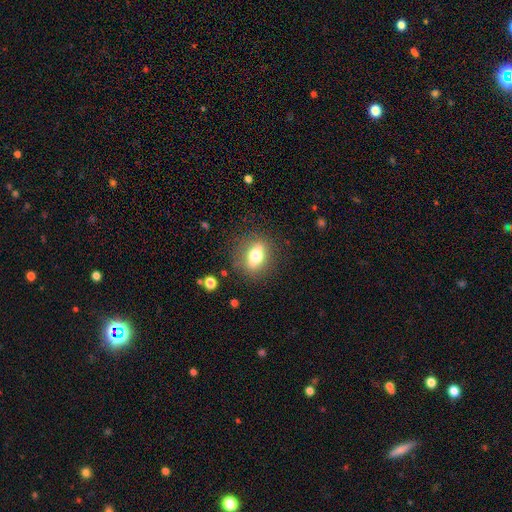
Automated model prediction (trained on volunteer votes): Morphology: type=smooth (59%); roundness=in between (63%); merging=none (83%).